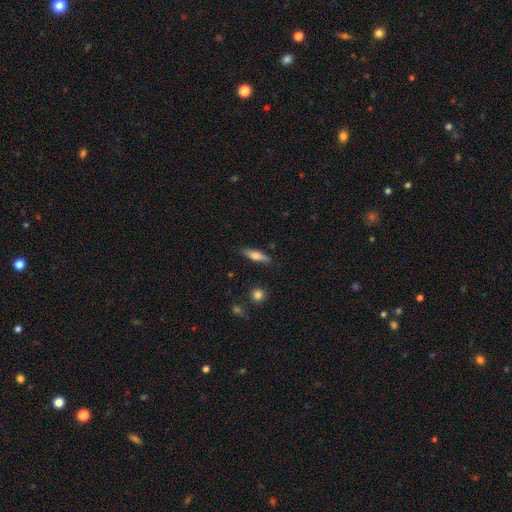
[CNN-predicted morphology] Smooth or featured: smooth — 60% (featured or disk — 34%)
How rounded: cigar-shaped — 65% (in between — 33%)
Merging: none — 85% (minor disturbance — 11%)